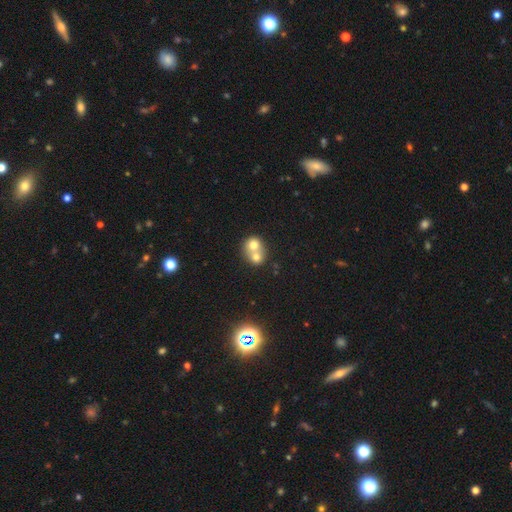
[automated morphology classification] Q: Smooth or featured?
A: smooth (65%); runner-up: featured or disk (22%)
Q: How rounded?
A: round (77%); runner-up: in between (22%)
Q: Merging?
A: merger (68%); runner-up: none (26%)